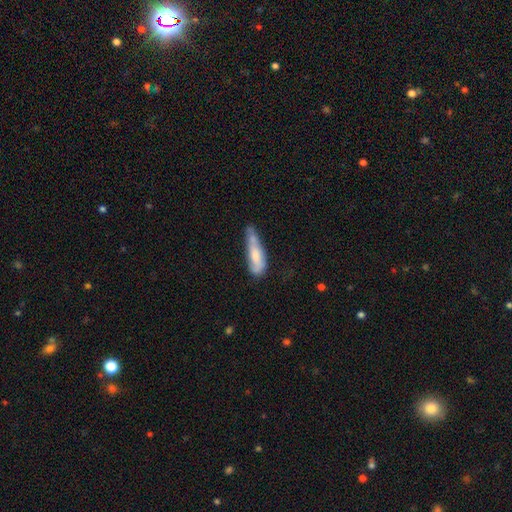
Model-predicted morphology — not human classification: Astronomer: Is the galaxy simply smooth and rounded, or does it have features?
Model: smooth — 65%.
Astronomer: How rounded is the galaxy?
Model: cigar-shaped — 61% (runner-up: in between, 38%).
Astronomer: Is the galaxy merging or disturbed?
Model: minor disturbance — 36% (runner-up: none, 34%).